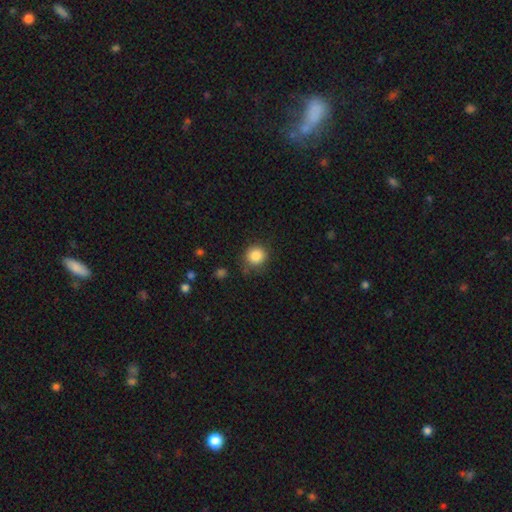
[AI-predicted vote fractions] smooth_or_featured: smooth (p=0.86) [alt: star or artifact p=0.10]
how_rounded: round (p=0.90) [alt: in between p=0.09]
merging: none (p=0.78) [alt: minor disturbance p=0.16]